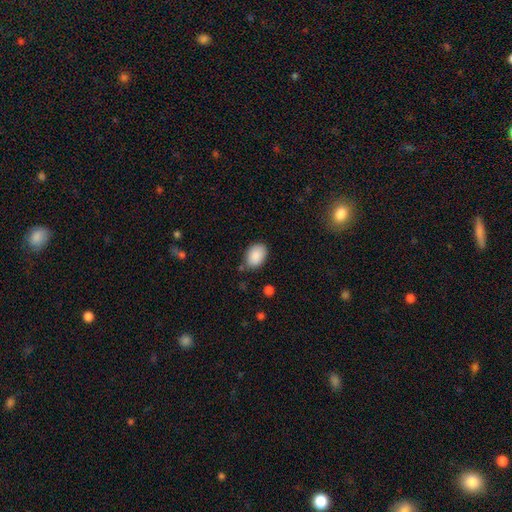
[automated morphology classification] The model was most divided on "merging": none: 76%, minor disturbance: 18%, major disturbance: 4%, merger: 3%. More confident: smooth or featured — smooth (89%); how rounded — in between (82%).